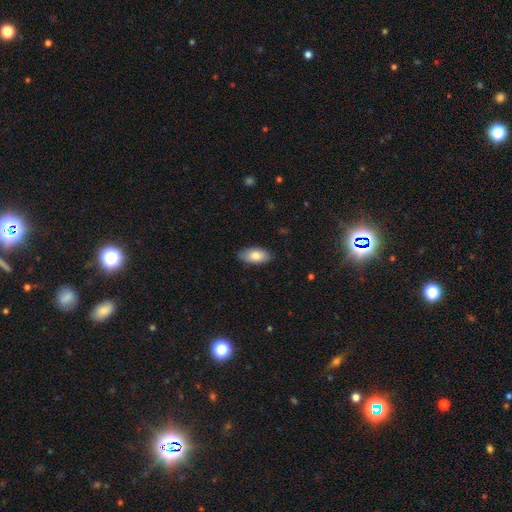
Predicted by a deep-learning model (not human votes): This is clearly a smooth galaxy (80%). How rounded: clearly in between (93%). Merging: clearly none (85%).